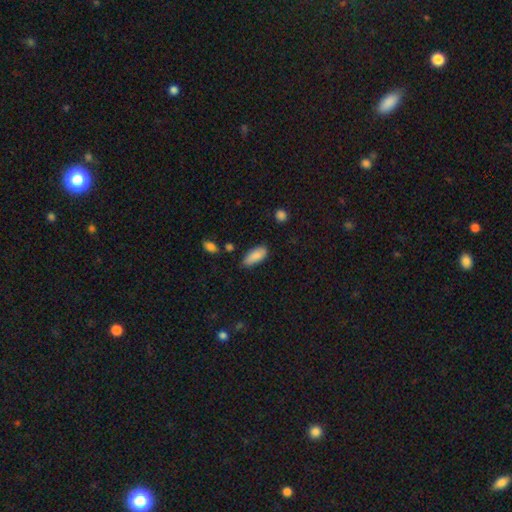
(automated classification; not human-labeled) This is clearly a smooth galaxy (87%). How rounded: clearly in between (83%). Merging: likely none (75%).